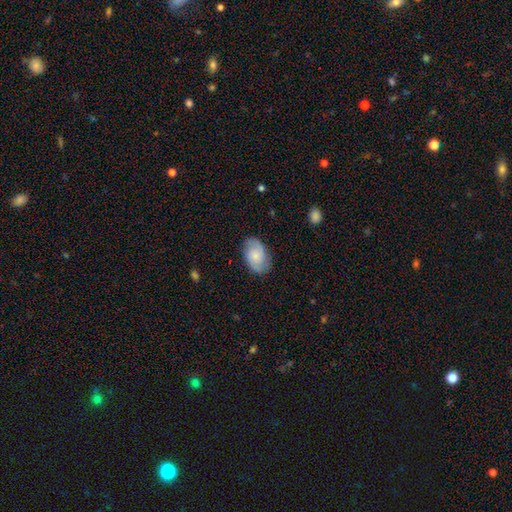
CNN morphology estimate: This is possibly a featured or disk galaxy (47%). Merging: clearly none (80%).